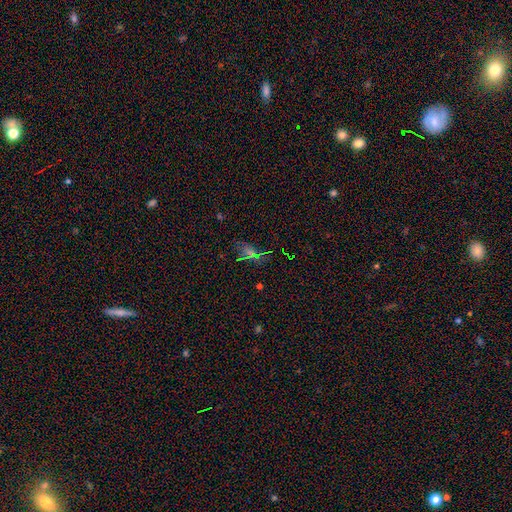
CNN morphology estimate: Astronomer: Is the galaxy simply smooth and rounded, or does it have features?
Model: star or artifact — 48% (runner-up: smooth, 42%).